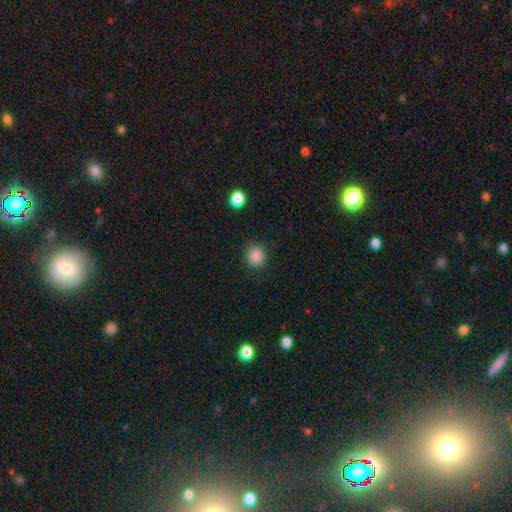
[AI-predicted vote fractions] Smooth or featured?
  - smooth: 87% *
  - star or artifact: 10%
  - featured or disk: 3%
How rounded?
  - round: 80% *
  - in between: 19%
  - cigar-shaped: 1%
Merging?
  - none: 87% *
  - minor disturbance: 9%
  - major disturbance: 3%
  - merger: 1%